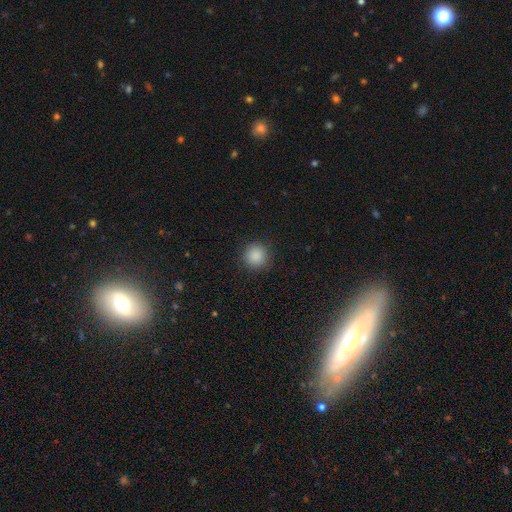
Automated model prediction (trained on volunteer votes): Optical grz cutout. It shows a smooth galaxy with no disk features (88%) that is round (93%). Merging: none (90%).